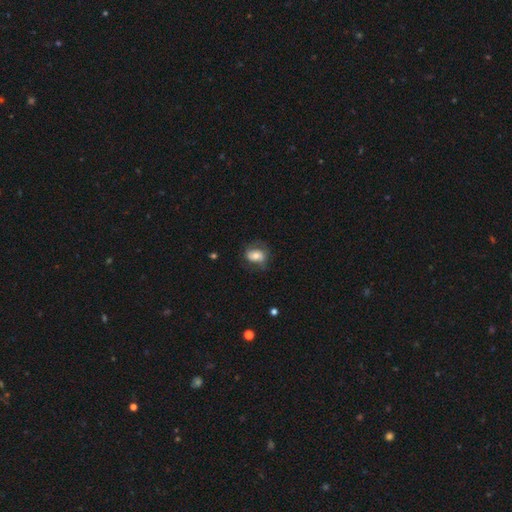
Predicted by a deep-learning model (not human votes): Overall: smooth (54%; featured or disk 38%). How rounded: in between (60%; round 38%). Merging: none (62%).